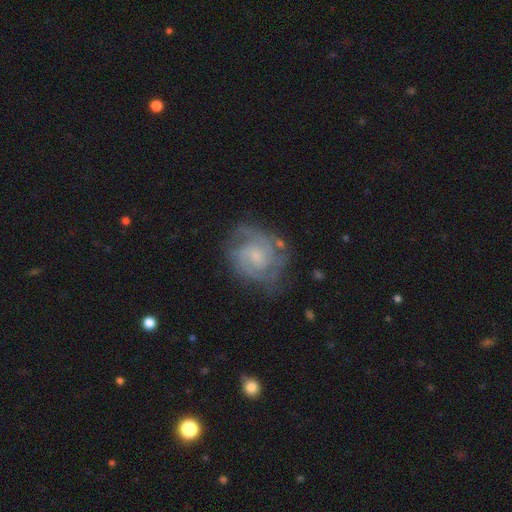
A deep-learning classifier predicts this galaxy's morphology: Smooth or featured? Predicted: featured or disk (p=0.83). Edge-on disk? Predicted: no (p=0.98). Bar? Predicted: no (p=0.57). Spiral arms? Predicted: yes (p=0.95). Spiral winding? Predicted: tight (p=0.54). Spiral arm count? Predicted: 2 (p=0.47). Bulge size? Predicted: small (p=0.55). Merging? Predicted: none (p=0.69).